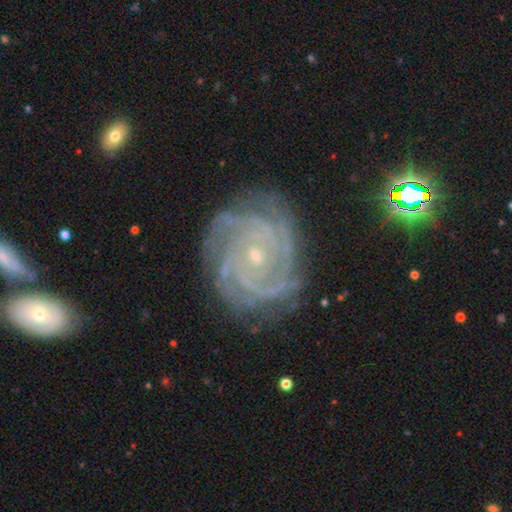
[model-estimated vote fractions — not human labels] The model was most divided on "spiral arm count": 4: 26%, 3: 21%, can't tell: 18%, more than 4: 14%, 2: 13%, 1: 8%. More confident: spiral arms — yes (98%); edge-on disk — no (97%); smooth or featured — featured or disk (89%); bulge size — small (81%); spiral winding — tight (80%); merging — none (79%); bar — no (75%).